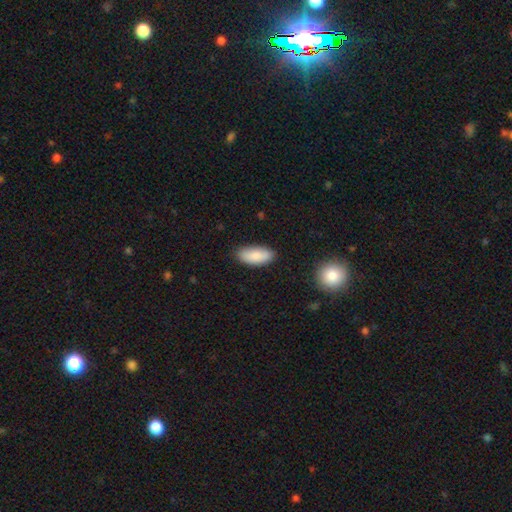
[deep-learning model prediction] Smooth or featured? Predicted: smooth (p=0.88). How rounded? Predicted: in between (p=0.86). Merging? Predicted: none (p=0.85).